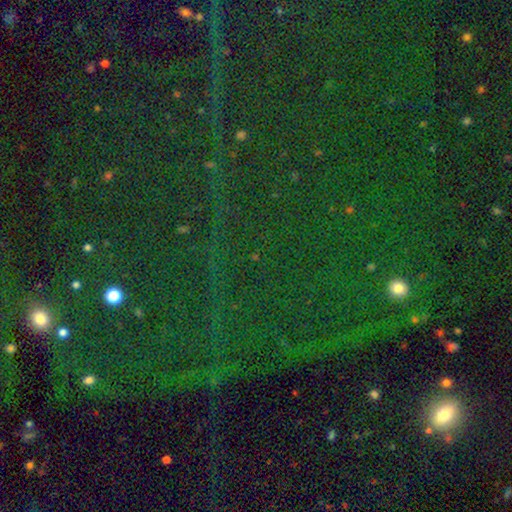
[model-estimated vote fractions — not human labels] Smooth or featured: star or artifact — 83% (smooth — 9%)